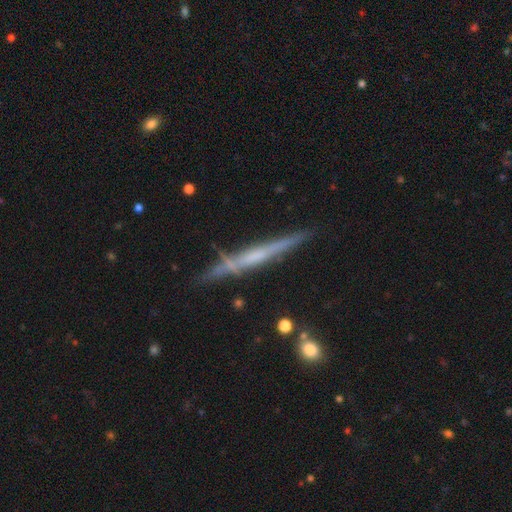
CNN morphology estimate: Smooth or featured?
  - featured or disk: 63% *
  - smooth: 30%
  - star or artifact: 7%
Edge-on disk?
  - yes: 95% *
  - no: 5%
Edge-on bulge?
  - none: 67% *
  - rounded: 22%
  - boxy: 11%
Merging?
  - none: 77% *
  - minor disturbance: 16%
  - merger: 4%
  - major disturbance: 3%